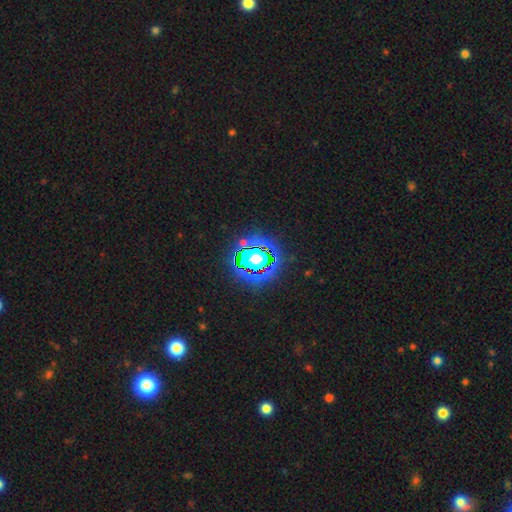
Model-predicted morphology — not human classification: Q: Smooth or featured?
A: star or artifact (67%); runner-up: smooth (20%)